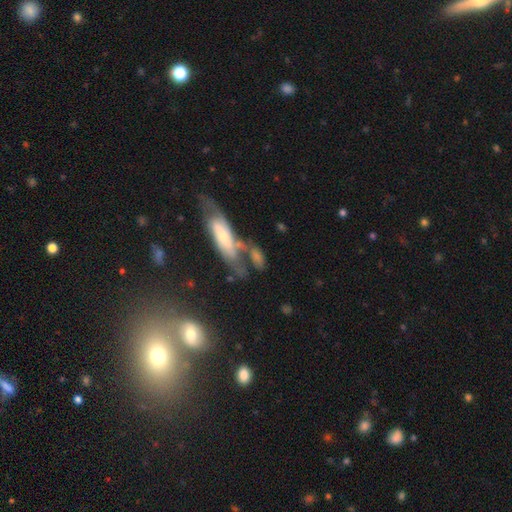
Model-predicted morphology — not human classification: smooth-or-featured: featured or disk: 52% | smooth: 38% | star or artifact: 10%
  disk-edge-on: no: 71% | yes: 29%
  merging: none: 38% | merger: 27% | minor disturbance: 18% | major disturbance: 17%